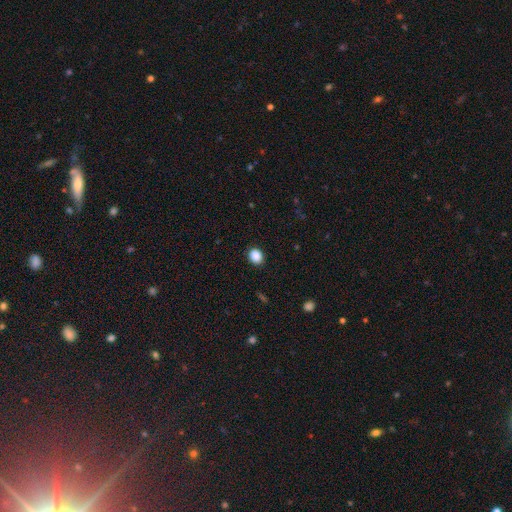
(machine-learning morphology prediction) A smooth galaxy with no disk features (88%) that is round (62%).

Vote fractions:
- Smooth or featured? smooth: 88% / star or artifact: 9% / featured or disk: 3%
- How rounded? round: 62% / in between: 37% / cigar-shaped: 1%
- Merging? none: 90% / minor disturbance: 7% / major disturbance: 2% / merger: 1%